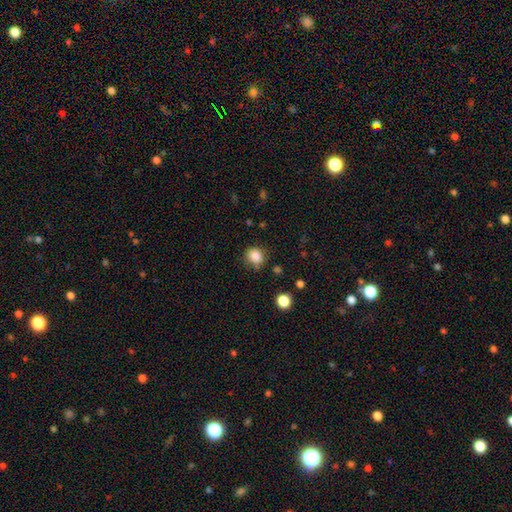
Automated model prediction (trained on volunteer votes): Smooth or featured: smooth — 85% (star or artifact — 11%)
How rounded: round — 81% (in between — 18%)
Merging: none — 75% (minor disturbance — 17%)